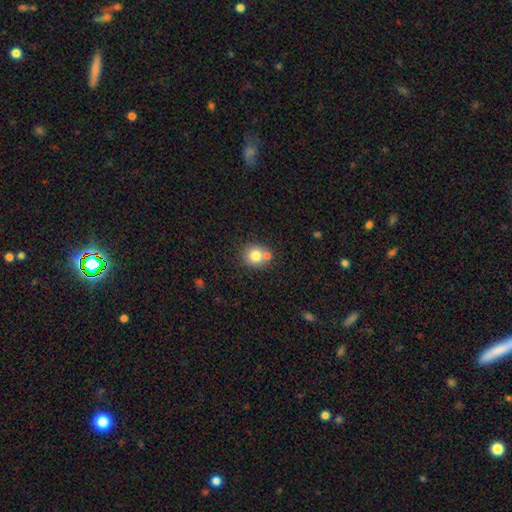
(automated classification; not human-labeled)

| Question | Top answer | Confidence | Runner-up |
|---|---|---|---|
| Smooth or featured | smooth | 78% | featured or disk (12%) |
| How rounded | round | 84% | in between (15%) |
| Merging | none | 57% | merger (30%) |